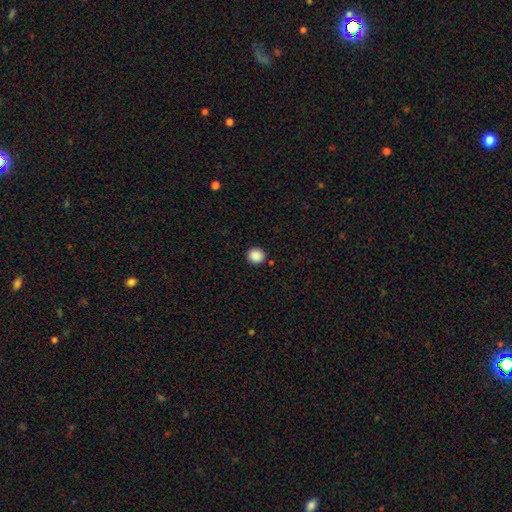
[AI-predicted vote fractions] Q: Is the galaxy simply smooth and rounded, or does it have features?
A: smooth — 89%.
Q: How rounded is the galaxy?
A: round — 90%.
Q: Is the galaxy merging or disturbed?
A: none — 90%.